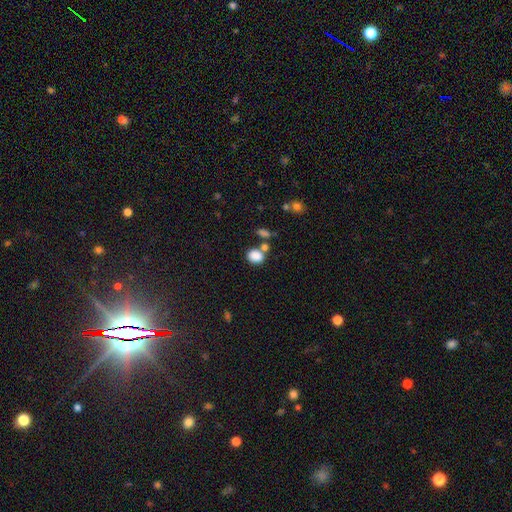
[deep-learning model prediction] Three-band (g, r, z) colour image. It shows a smooth galaxy with no disk features (85%) that is in between round and cigar-shaped (52%). Merging: none (55%).